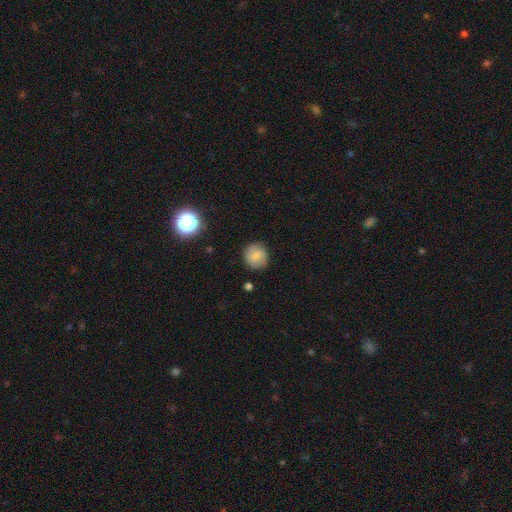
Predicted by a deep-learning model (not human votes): smooth-or-featured: smooth: 68% | featured or disk: 22% | star or artifact: 10%
  how-rounded: round: 90% | in between: 9% | cigar-shaped: 1%
  merging: none: 84% | minor disturbance: 12% | major disturbance: 3% | merger: 1%